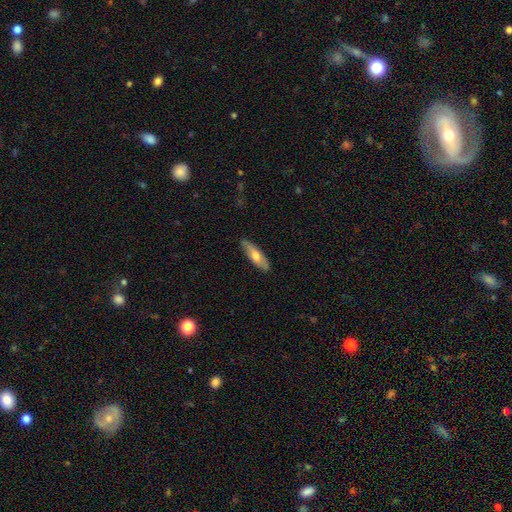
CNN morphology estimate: Q: Smooth or featured?
A: smooth (62%); runner-up: featured or disk (32%)
Q: How rounded?
A: in between (50%); runner-up: cigar-shaped (48%)
Q: Merging?
A: none (84%); runner-up: minor disturbance (13%)